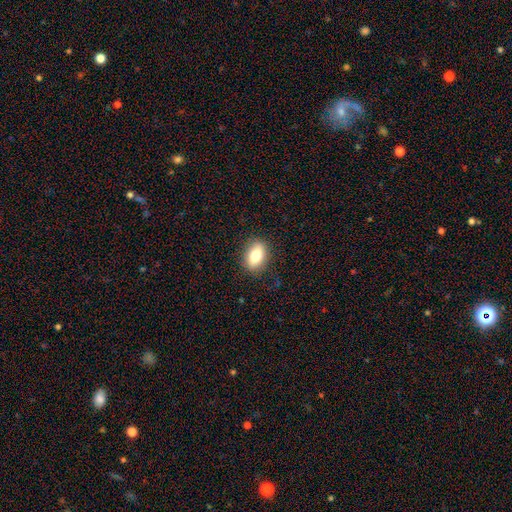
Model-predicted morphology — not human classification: smooth_or_featured: smooth (p=0.77) [alt: featured or disk p=0.15]
how_rounded: in between (p=0.82) [alt: round p=0.14]
merging: none (p=0.86) [alt: minor disturbance p=0.11]